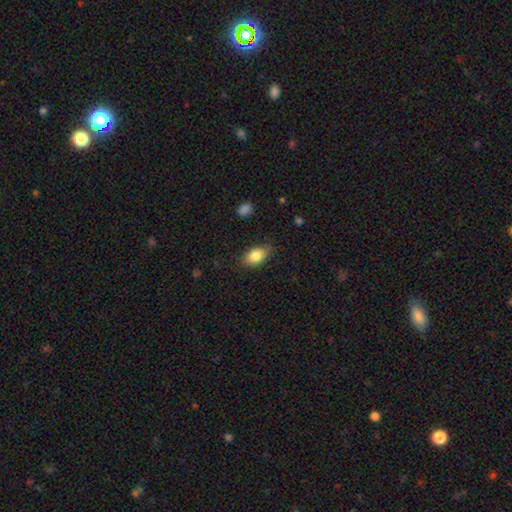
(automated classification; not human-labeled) Q: Smooth or featured?
A: smooth (82%); runner-up: featured or disk (10%)
Q: How rounded?
A: in between (88%); runner-up: round (9%)
Q: Merging?
A: none (78%); runner-up: minor disturbance (18%)